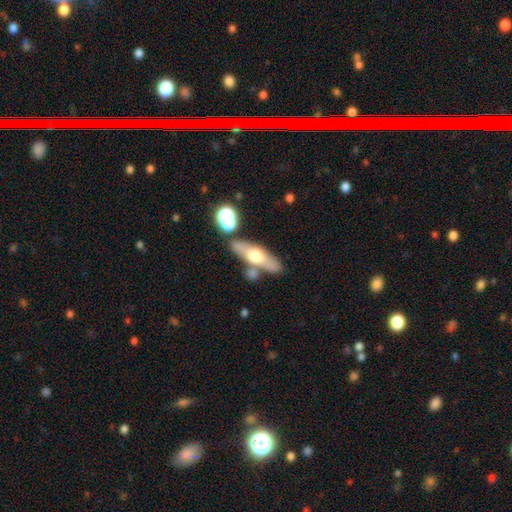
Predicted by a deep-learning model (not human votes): Q: Smooth or featured?
A: featured or disk (48%); runner-up: smooth (44%)
Q: Merging?
A: none (71%); runner-up: merger (14%)